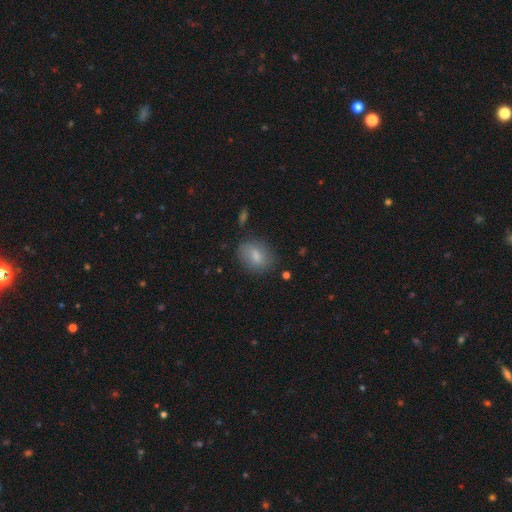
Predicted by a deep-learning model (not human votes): smooth-or-featured: smooth: 76% | featured or disk: 16% | star or artifact: 8%
  how-rounded: in between: 72% | round: 26% | cigar-shaped: 2%
  merging: none: 75% | minor disturbance: 18% | major disturbance: 5% | merger: 3%